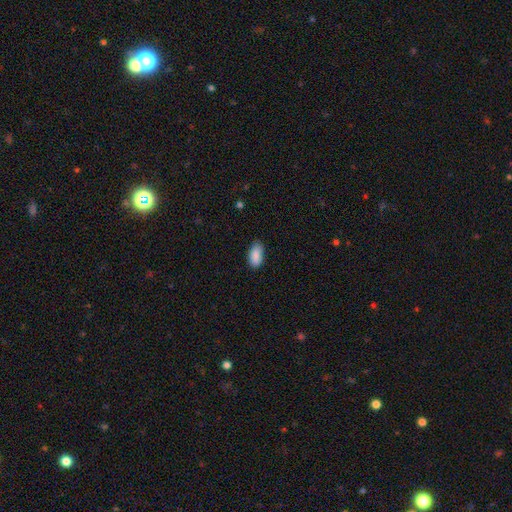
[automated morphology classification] A smooth galaxy with no disk features (90%) that is in between round and cigar-shaped (93%). Merging: none (82%).